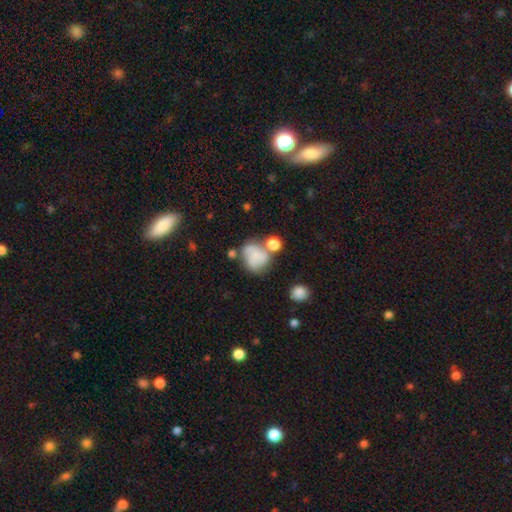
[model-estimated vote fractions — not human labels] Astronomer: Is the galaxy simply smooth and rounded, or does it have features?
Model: smooth — 63%.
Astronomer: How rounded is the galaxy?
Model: round — 64%.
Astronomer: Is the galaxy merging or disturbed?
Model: none — 37% (runner-up: merger, 27%).